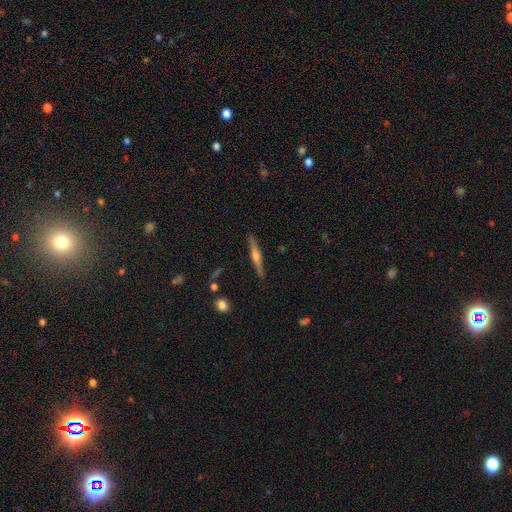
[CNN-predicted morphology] Smooth or featured?
  - featured or disk: 69% *
  - smooth: 25%
  - star or artifact: 6%
Edge-on disk?
  - yes: 98% *
  - no: 2%
Edge-on bulge?
  - rounded: 84% *
  - boxy: 10%
  - none: 7%
Merging?
  - none: 90% *
  - minor disturbance: 7%
  - major disturbance: 2%
  - merger: 1%